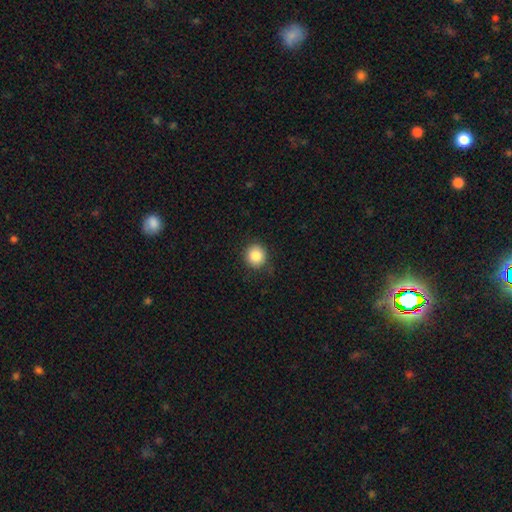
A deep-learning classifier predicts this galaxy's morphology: A smooth galaxy with no disk features (86%) that is round (90%).

Vote fractions:
- Smooth or featured? smooth: 86% / star or artifact: 9% / featured or disk: 5%
- How rounded? round: 90% / in between: 9% / cigar-shaped: 1%
- Merging? none: 87% / minor disturbance: 10% / major disturbance: 2% / merger: 1%